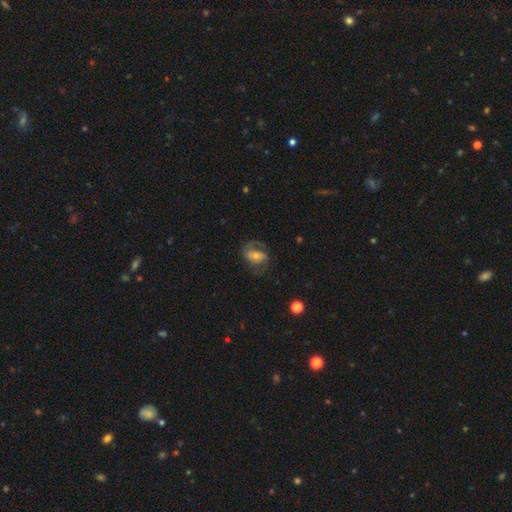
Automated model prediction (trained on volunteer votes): Smooth or featured?
  - featured or disk: 70% *
  - smooth: 23%
  - star or artifact: 7%
Edge-on disk?
  - no: 97% *
  - yes: 3%
Bar?
  - no: 39% *
  - weak: 38%
  - strong: 23%
Spiral arms?
  - yes: 87% *
  - no: 13%
Spiral winding?
  - medium: 50% *
  - loose: 27%
  - tight: 22%
Spiral arm count?
  - 2: 80% *
  - can't tell: 8%
  - 1: 8%
  - 3: 2%
  - 4: 1%
  - more than 4: 1%
Bulge size?
  - moderate: 47% *
  - small: 44%
  - large: 6%
  - none: 3%
  - dominant: 1%
Merging?
  - none: 62% *
  - minor disturbance: 18%
  - major disturbance: 18%
  - merger: 2%